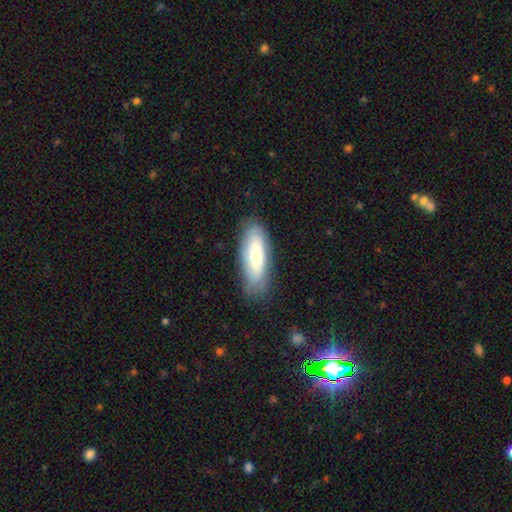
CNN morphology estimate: This is likely a smooth galaxy (64%). How rounded: likely in between (65%). Merging: likely none (79%).